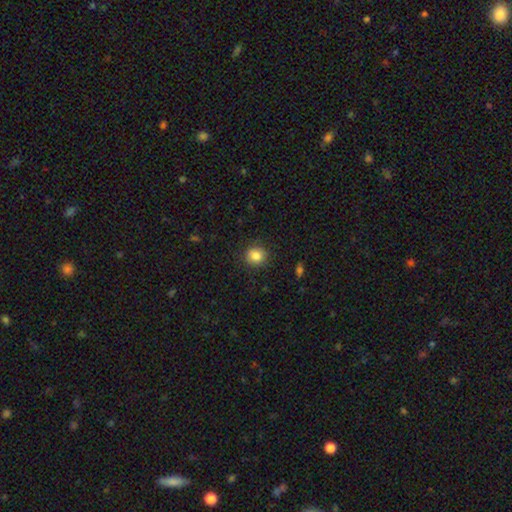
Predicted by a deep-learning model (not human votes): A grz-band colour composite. It shows a smooth galaxy with no disk features (84%) that is round (80%). Merging: none (88%).